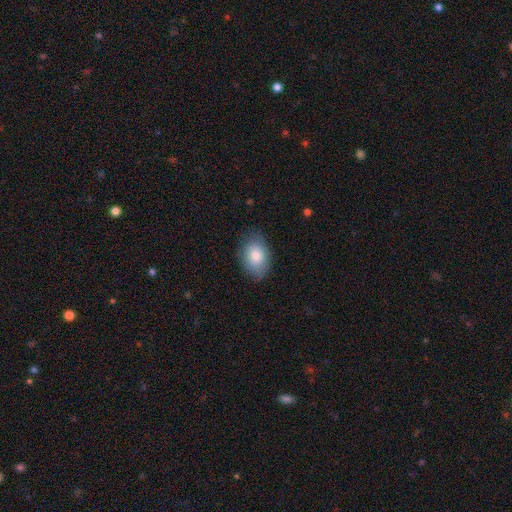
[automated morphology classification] Smooth or featured? smooth (80%)
How rounded? in between (82%)
Merging? none (80%)